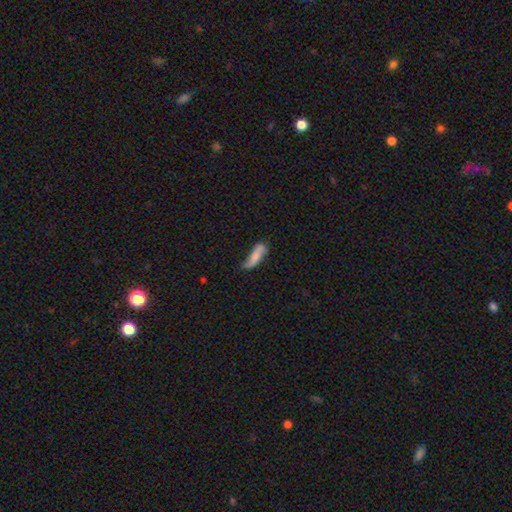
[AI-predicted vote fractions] smooth-or-featured: smooth: 58% | featured or disk: 35% | star or artifact: 7%
  how-rounded: cigar-shaped: 52% | in between: 46% | round: 2%
  merging: none: 48% | minor disturbance: 34% | major disturbance: 13% | merger: 5%